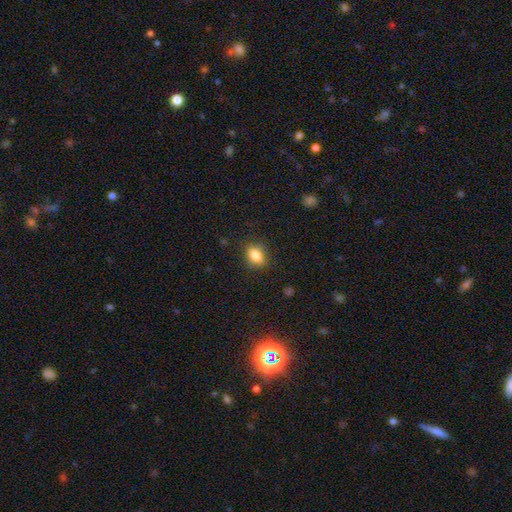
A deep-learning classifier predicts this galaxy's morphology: Smooth or featured?
  - smooth: 83% *
  - star or artifact: 10%
  - featured or disk: 7%
How rounded?
  - in between: 69% *
  - round: 29%
  - cigar-shaped: 2%
Merging?
  - none: 83% *
  - minor disturbance: 12%
  - major disturbance: 3%
  - merger: 1%